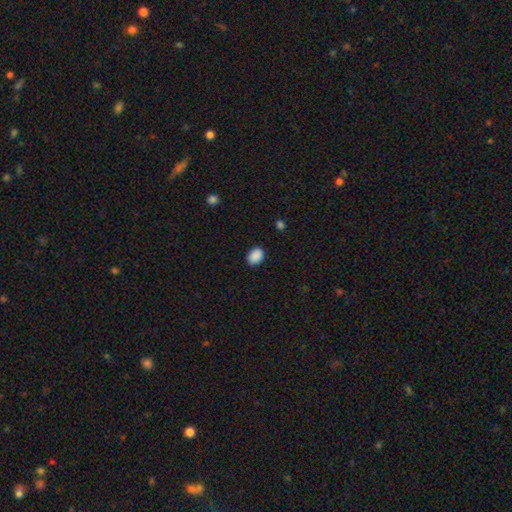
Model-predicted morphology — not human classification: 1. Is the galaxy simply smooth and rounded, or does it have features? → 90% smooth, 8% star or artifact, 2% featured or disk.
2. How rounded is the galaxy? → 72% in between, 27% round, 1% cigar-shaped.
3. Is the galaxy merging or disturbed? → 87% none, 9% minor disturbance, 2% major disturbance, 1% merger.